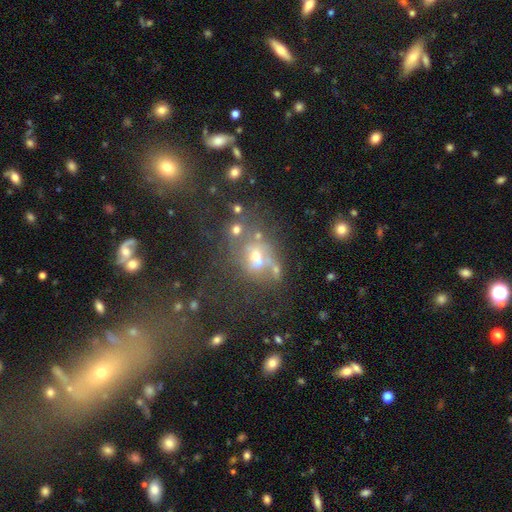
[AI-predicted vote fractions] Morphology: type=smooth (39%); merging=none (40%).